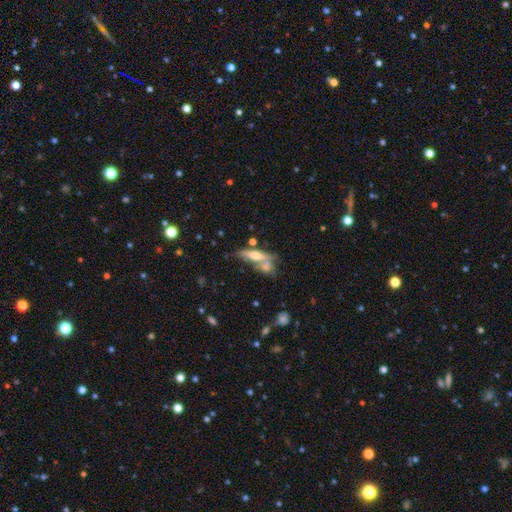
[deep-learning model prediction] This appears to be a featured or disk galaxy (48%). Merging: none (40%).